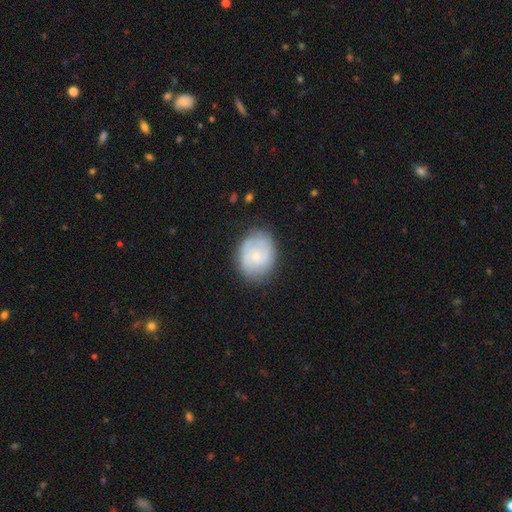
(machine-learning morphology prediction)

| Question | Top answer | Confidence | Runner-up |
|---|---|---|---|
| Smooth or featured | featured or disk | 51% | smooth (41%) |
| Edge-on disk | no | 97% | yes (3%) |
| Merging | none | 77% | minor disturbance (17%) |